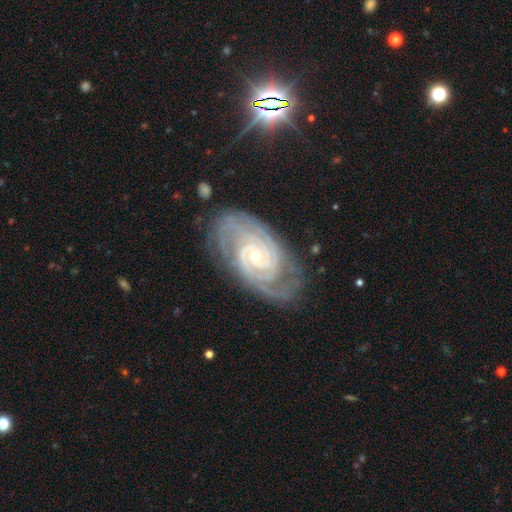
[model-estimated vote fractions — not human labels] Smooth or featured? featured or disk (92%)
Edge-on disk? no (97%)
Bar? no (60%)
Spiral arms? yes (98%)
Spiral winding? tight (77%)
Spiral arm count? 2 (37%)
Bulge size? small (67%)
Merging? none (75%)